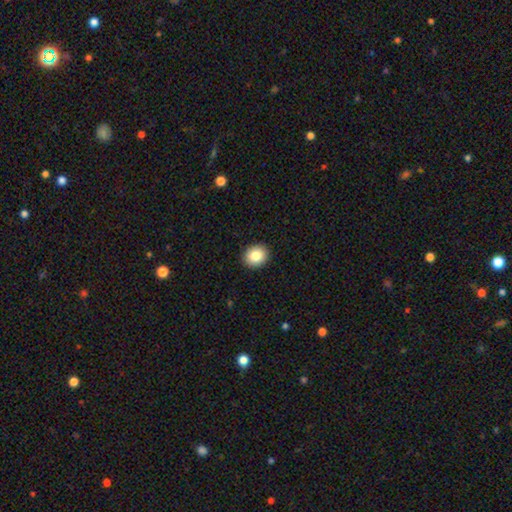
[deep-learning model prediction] This is clearly a smooth galaxy (84%). How rounded: likely round (64%). Merging: clearly none (92%).